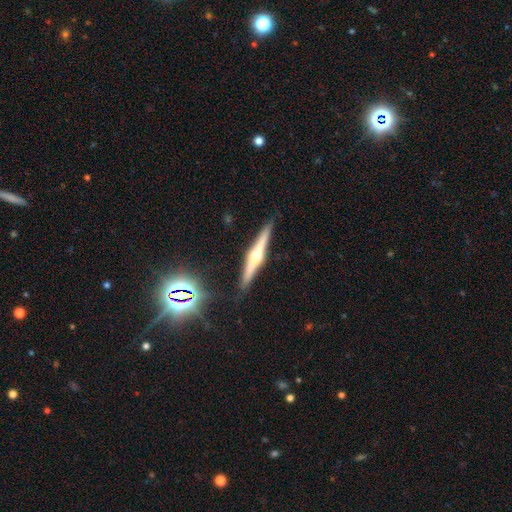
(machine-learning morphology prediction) Smooth or featured? featured or disk (76%)
Edge-on disk? yes (98%)
Edge-on bulge? rounded (94%)
Merging? none (90%)